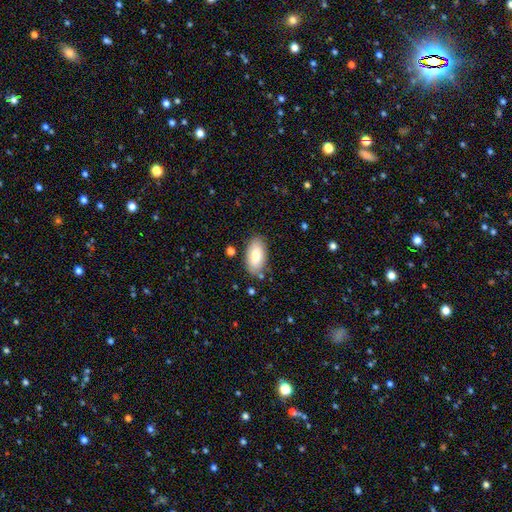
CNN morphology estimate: smooth-or-featured: smooth: 77% | featured or disk: 16% | star or artifact: 7%
  how-rounded: in between: 93% | cigar-shaped: 4% | round: 3%
  merging: none: 81% | minor disturbance: 13% | major disturbance: 3% | merger: 3%